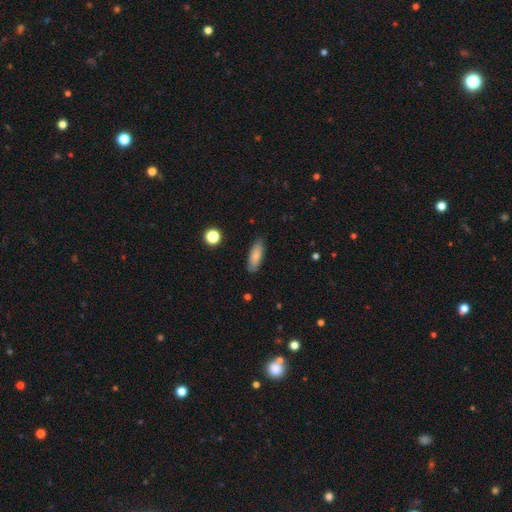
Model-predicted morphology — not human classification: Smooth or featured?
  - smooth: 83% *
  - featured or disk: 10%
  - star or artifact: 7%
How rounded?
  - in between: 62% *
  - cigar-shaped: 36%
  - round: 2%
Merging?
  - none: 85% *
  - minor disturbance: 11%
  - major disturbance: 2%
  - merger: 1%